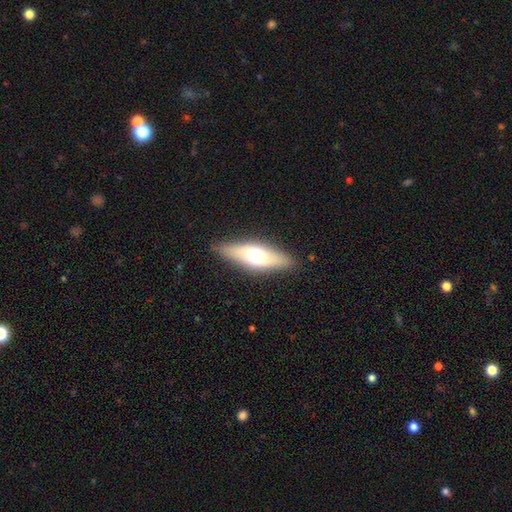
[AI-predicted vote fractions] This appears to be a smooth galaxy with no disk features (51%) that is in between round and cigar-shaped (53%). Merging: none (85%).